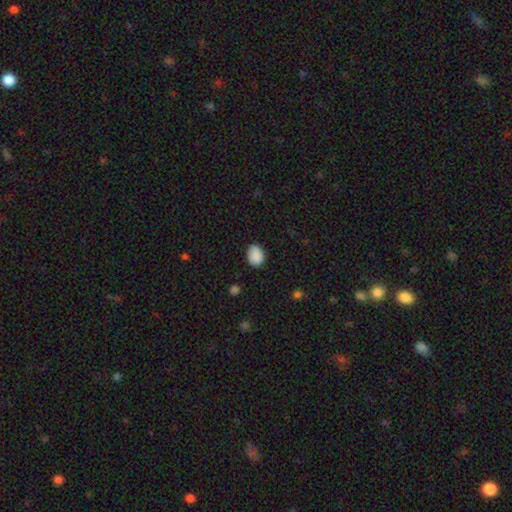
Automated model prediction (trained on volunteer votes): A smooth galaxy with no disk features (89%) that is in between round and cigar-shaped (62%). Merging: none (78%).